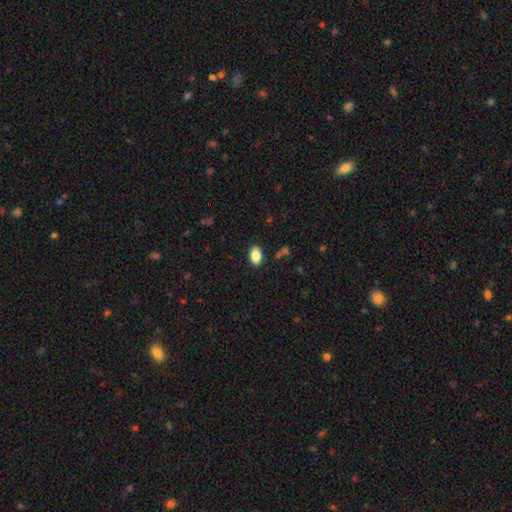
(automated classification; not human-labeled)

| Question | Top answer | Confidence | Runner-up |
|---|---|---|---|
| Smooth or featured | smooth | 86% | star or artifact (8%) |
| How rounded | in between | 90% | round (8%) |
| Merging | none | 87% | minor disturbance (9%) |